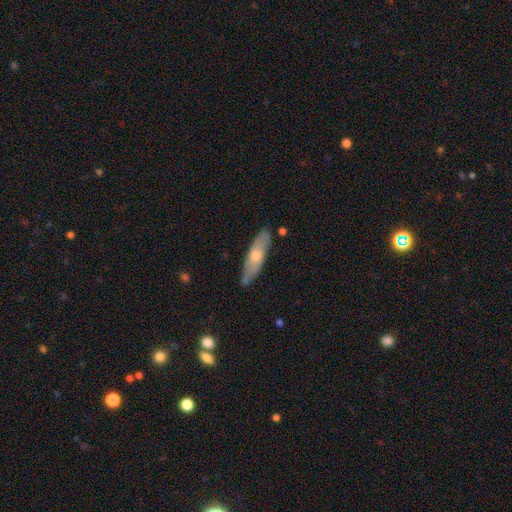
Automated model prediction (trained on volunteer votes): Morphology: type=smooth (48%); merging=none (81%).